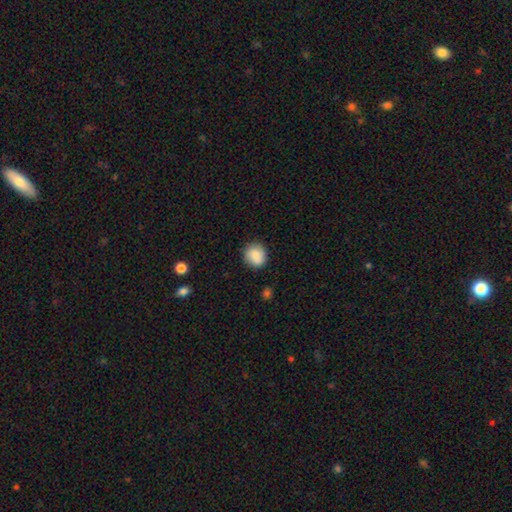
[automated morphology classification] type=smooth (84%); roundness=round (85%); merging=none (83%).